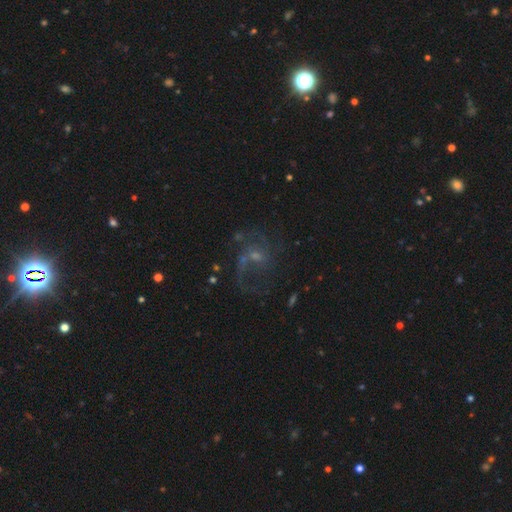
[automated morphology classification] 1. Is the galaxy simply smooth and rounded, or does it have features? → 74% featured or disk, 13% star or artifact, 13% smooth.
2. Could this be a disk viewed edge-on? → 98% no, 2% yes.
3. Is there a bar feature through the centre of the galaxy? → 58% no, 36% weak, 6% strong.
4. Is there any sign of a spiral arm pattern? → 84% yes, 16% no.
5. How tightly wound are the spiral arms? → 49% loose, 39% medium, 12% tight.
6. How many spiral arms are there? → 39% 2, 28% 1, 16% can't tell, 9% 3, 4% 4, 4% more than 4.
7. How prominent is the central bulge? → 57% small, 29% moderate, 10% none, 2% large, 1% dominant.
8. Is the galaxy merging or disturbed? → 48% none, 30% major disturbance, 15% minor disturbance, 7% merger.